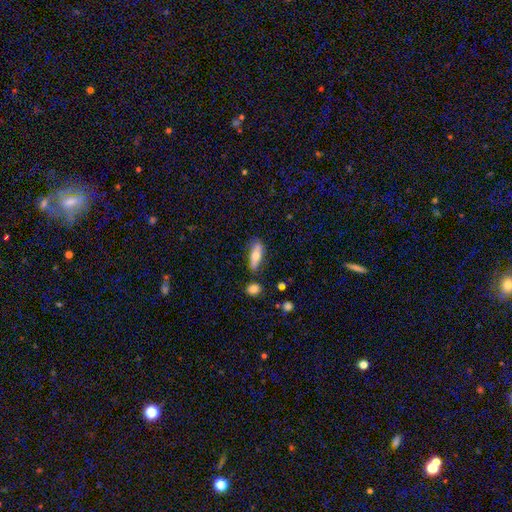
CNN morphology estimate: type=smooth (65%); roundness=in between (56%); merging=none (76%).